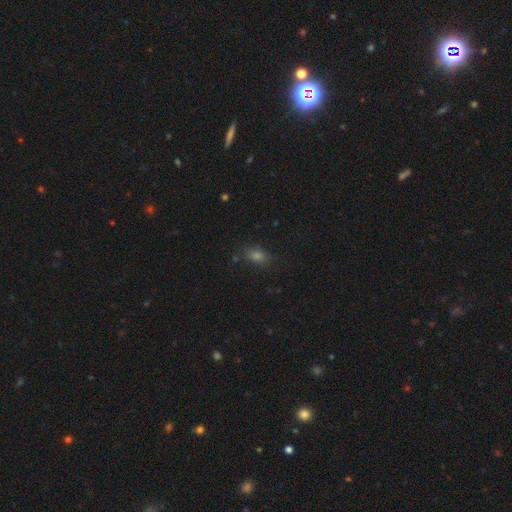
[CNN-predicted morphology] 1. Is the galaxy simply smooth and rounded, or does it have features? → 73% smooth, 20% star or artifact, 7% featured or disk.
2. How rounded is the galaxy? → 74% in between, 23% round, 3% cigar-shaped.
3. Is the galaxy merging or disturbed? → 82% none, 12% minor disturbance, 3% major disturbance, 2% merger.